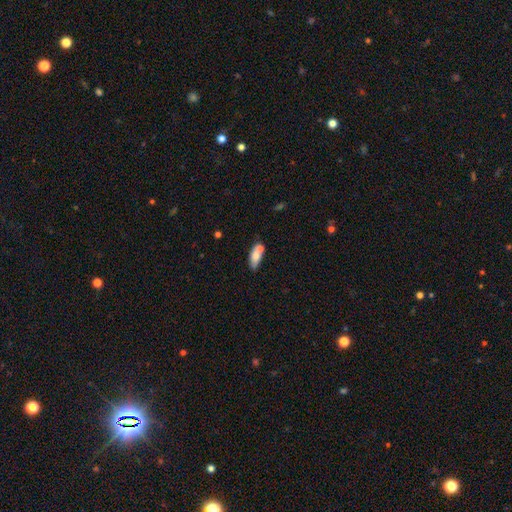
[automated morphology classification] smooth 71%, featured or disk 22%, star or artifact 7%. Down the decision tree: how rounded — in between (78%); merging — none (45%).